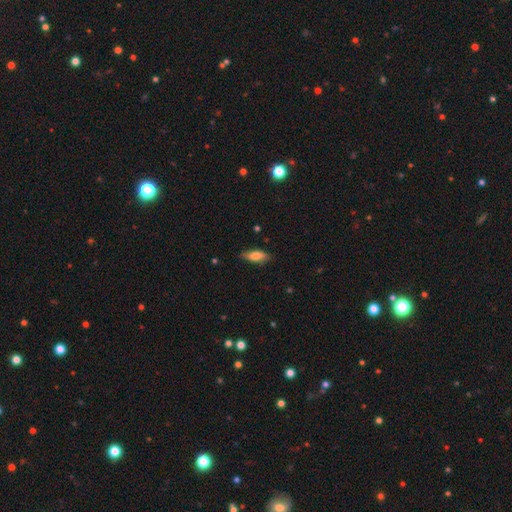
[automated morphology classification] Overall: smooth (74%). How rounded: in between (70%). Merging: none (82%).